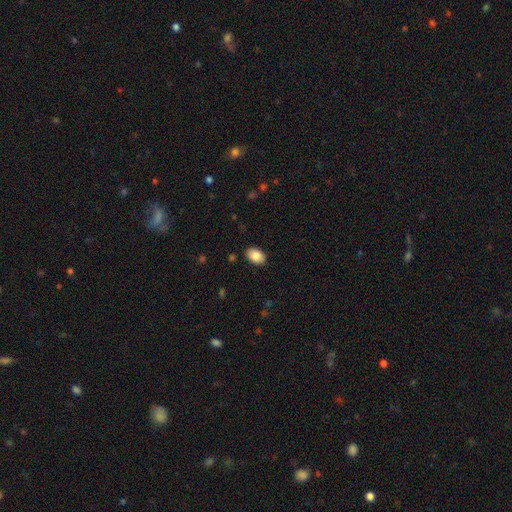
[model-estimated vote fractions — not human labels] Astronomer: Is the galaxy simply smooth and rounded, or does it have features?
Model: smooth — 88%.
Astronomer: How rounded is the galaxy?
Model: in between — 88%.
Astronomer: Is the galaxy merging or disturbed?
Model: none — 88%.